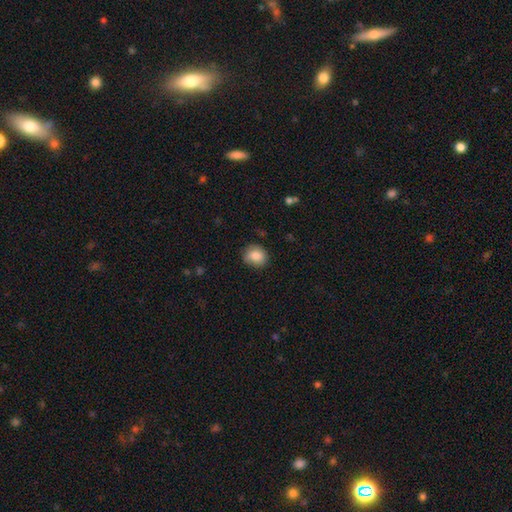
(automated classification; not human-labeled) Smooth or featured? smooth (83%)
How rounded? round (66%)
Merging? none (79%)